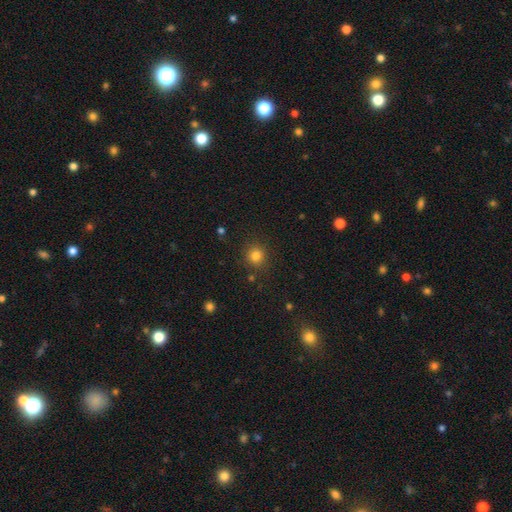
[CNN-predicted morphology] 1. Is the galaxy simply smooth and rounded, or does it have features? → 81% smooth, 14% star or artifact, 5% featured or disk.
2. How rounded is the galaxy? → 91% round, 8% in between, 1% cigar-shaped.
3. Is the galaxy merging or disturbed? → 88% none, 7% minor disturbance, 3% major disturbance, 2% merger.